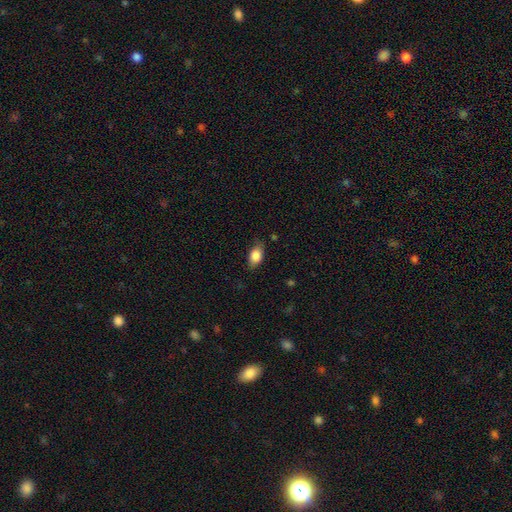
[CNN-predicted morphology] A smooth galaxy with no disk features (85%) that is in between round and cigar-shaped (87%). Merging: none (74%).